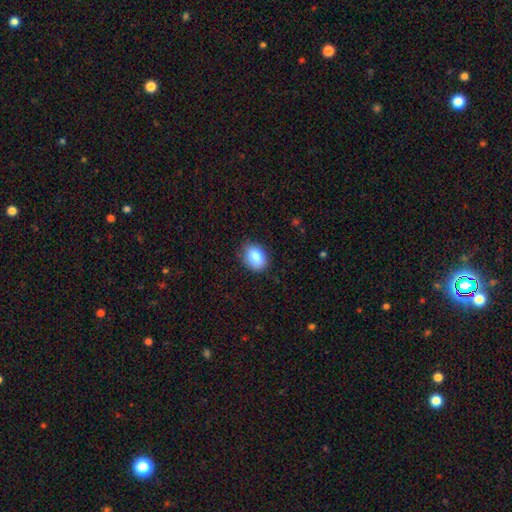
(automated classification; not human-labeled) smooth-or-featured: smooth: 86% | star or artifact: 8% | featured or disk: 6%
  how-rounded: in between: 72% | round: 27% | cigar-shaped: 1%
  merging: none: 80% | minor disturbance: 16% | major disturbance: 3% | merger: 1%